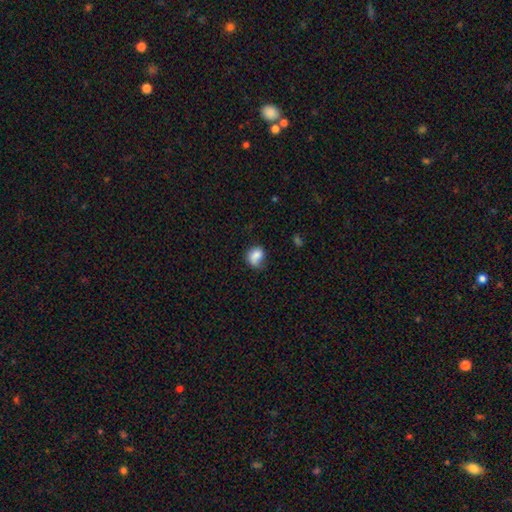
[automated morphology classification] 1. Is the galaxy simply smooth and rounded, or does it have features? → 80% smooth, 12% featured or disk, 9% star or artifact.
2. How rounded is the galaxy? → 51% in between, 48% round, 1% cigar-shaped.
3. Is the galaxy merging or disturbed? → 51% none, 33% minor disturbance, 12% major disturbance, 4% merger.